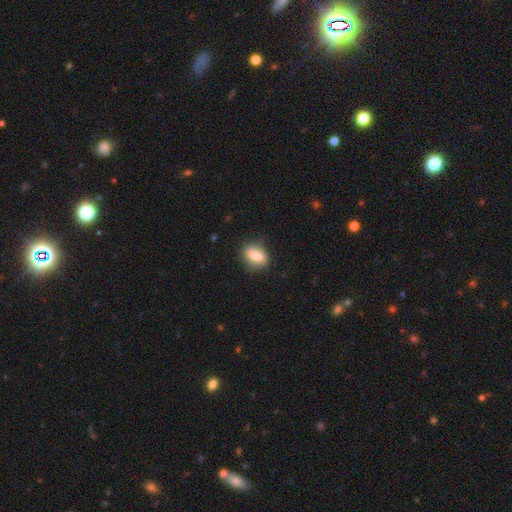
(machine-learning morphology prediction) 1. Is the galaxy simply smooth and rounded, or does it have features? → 81% smooth, 11% featured or disk, 8% star or artifact.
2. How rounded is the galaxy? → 76% in between, 18% round, 6% cigar-shaped.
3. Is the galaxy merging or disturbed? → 78% none, 16% minor disturbance, 4% major disturbance, 1% merger.